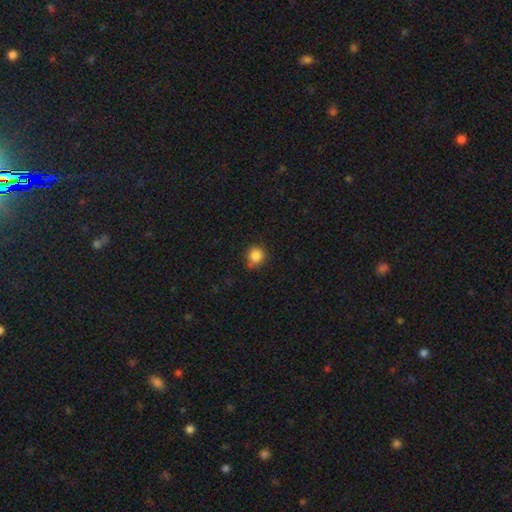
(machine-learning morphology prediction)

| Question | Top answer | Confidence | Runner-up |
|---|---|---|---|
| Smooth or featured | smooth | 85% | star or artifact (11%) |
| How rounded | round | 88% | in between (11%) |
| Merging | none | 69% | minor disturbance (24%) |